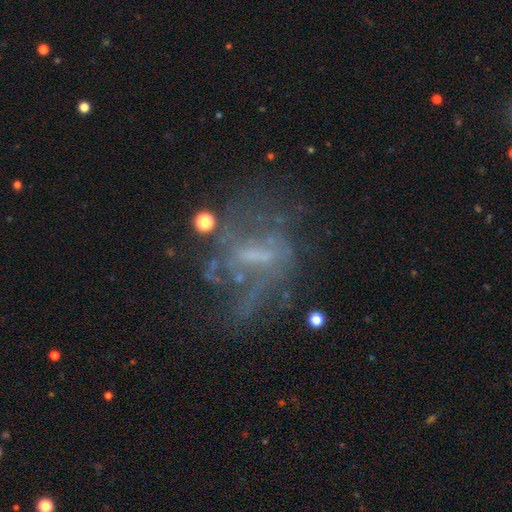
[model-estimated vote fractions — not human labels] The model was most divided on "bar" (2-way tie): no: 38%, weak: 38%, strong: 23%. Remaining: edge-on disk — no (94%); smooth or featured — featured or disk (65%); spiral arms — no (61%); bulge size — none (47%); merging — none (41%).